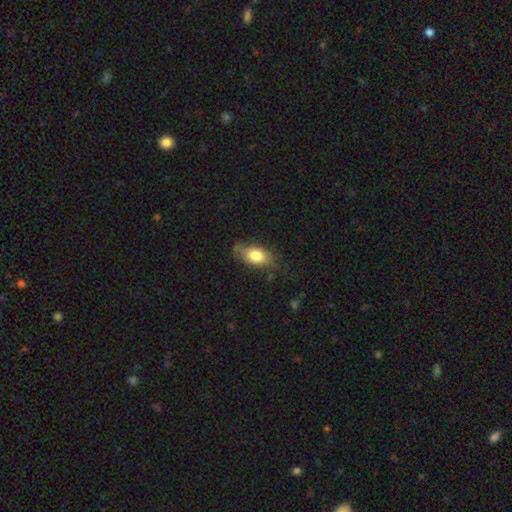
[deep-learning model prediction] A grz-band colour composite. It shows a smooth galaxy with no disk features (77%) that is in between round and cigar-shaped (86%). Merging: none (68%).